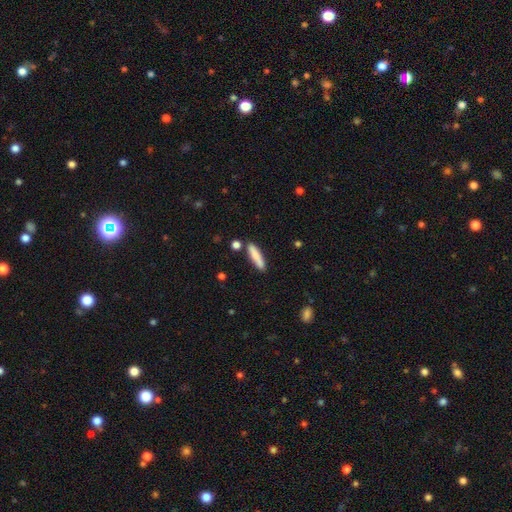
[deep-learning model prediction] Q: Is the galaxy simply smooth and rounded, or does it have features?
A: smooth — 82%.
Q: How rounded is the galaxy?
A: cigar-shaped — 80%.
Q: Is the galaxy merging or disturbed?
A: none — 82%.